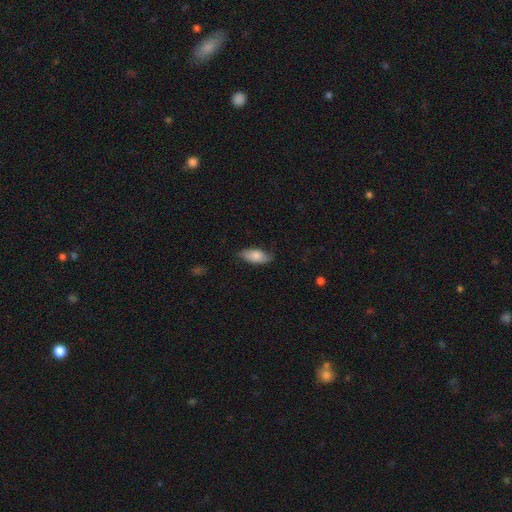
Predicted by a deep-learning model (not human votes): Smooth or featured? smooth (78%)
How rounded? in between (85%)
Merging? none (71%)